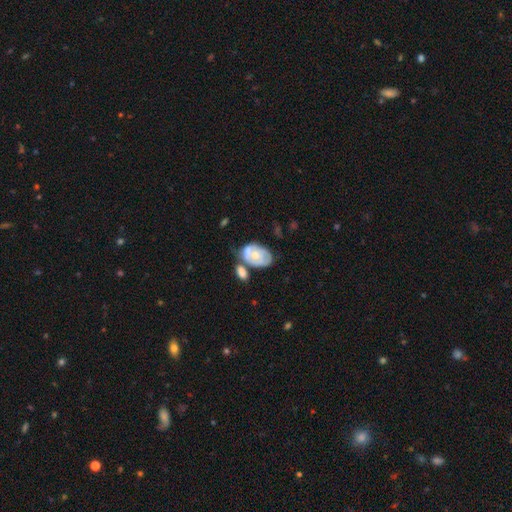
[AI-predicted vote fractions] Q: Smooth or featured?
A: featured or disk (49%); runner-up: smooth (45%)
Q: Merging?
A: merger (33%); runner-up: none (32%)